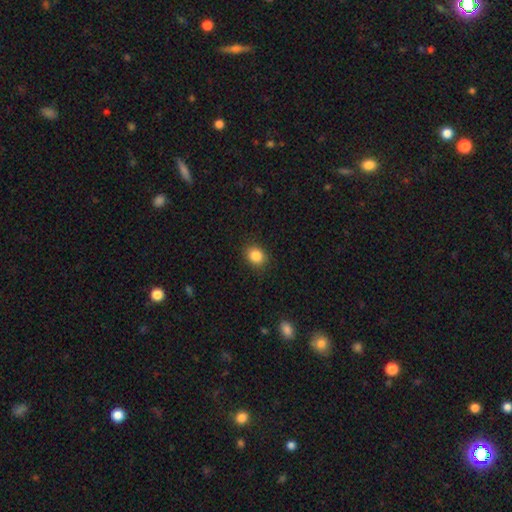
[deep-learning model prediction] The model was most divided on "how rounded": round: 64%, in between: 35%, cigar-shaped: 1%. More confident: merging — none (88%); smooth or featured — smooth (86%).